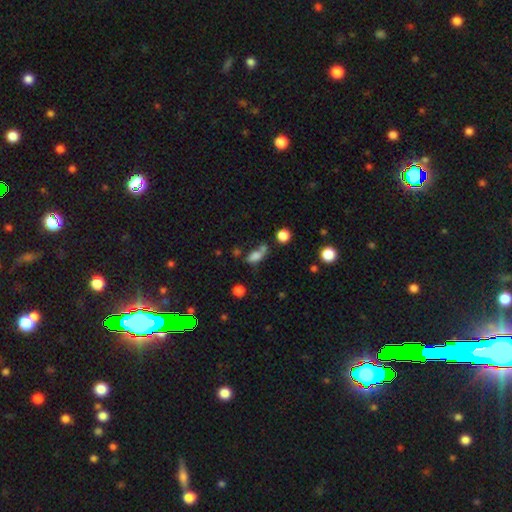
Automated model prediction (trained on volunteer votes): This appears to be a smooth galaxy with no disk features (74%) that is in between round and cigar-shaped (74%). Merging: none (38%).